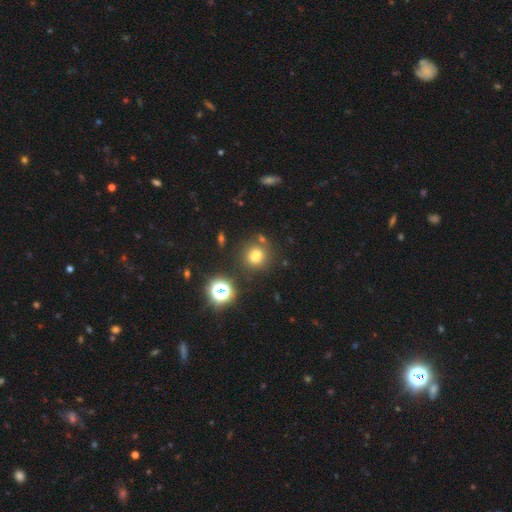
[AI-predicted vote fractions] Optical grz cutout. It shows a smooth galaxy with no disk features (74%) that is round (88%). Merging: none (80%).